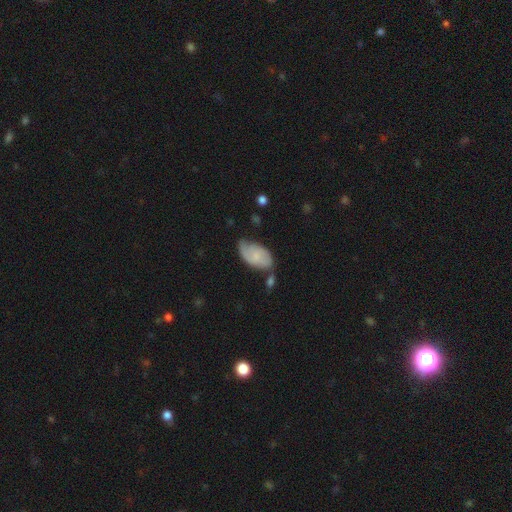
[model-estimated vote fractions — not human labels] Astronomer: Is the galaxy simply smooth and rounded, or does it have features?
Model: smooth — 54% (runner-up: featured or disk, 39%).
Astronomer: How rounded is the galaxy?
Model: in between — 93%.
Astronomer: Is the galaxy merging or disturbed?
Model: none — 44% (runner-up: minor disturbance, 35%).